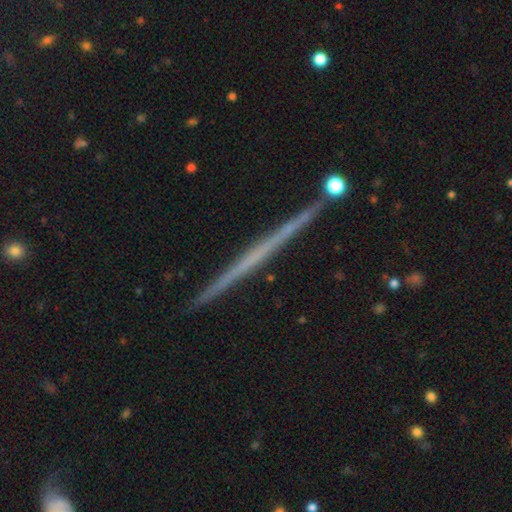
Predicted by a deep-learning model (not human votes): smooth-or-featured: featured or disk: 68% | smooth: 24% | star or artifact: 8%
  disk-edge-on: yes: 98% | no: 2%
    edge-on-bulge: none: 90% | rounded: 6% | boxy: 4%
  merging: none: 92% | minor disturbance: 6% | merger: 1% | major disturbance: 1%